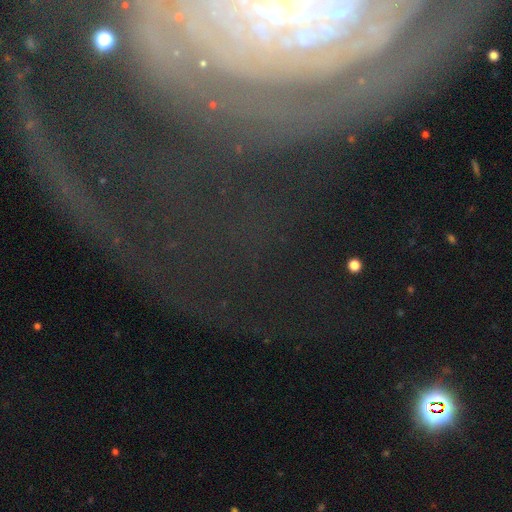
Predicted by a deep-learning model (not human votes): Q: Smooth or featured?
A: star or artifact (49%); runner-up: featured or disk (33%)